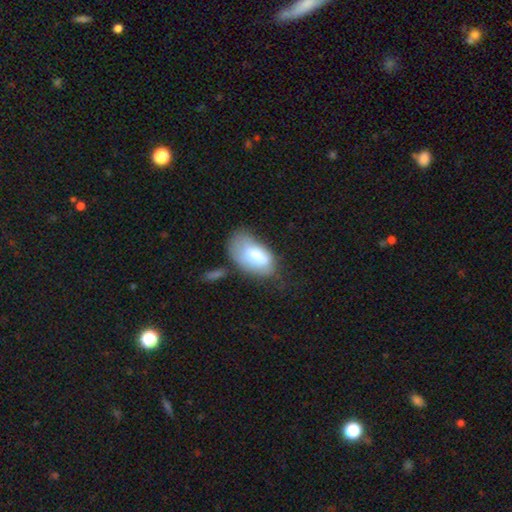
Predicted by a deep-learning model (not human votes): smooth 71%, featured or disk 22%, star or artifact 7%. Down the decision tree: how rounded — in between (93%); merging — none (37%).